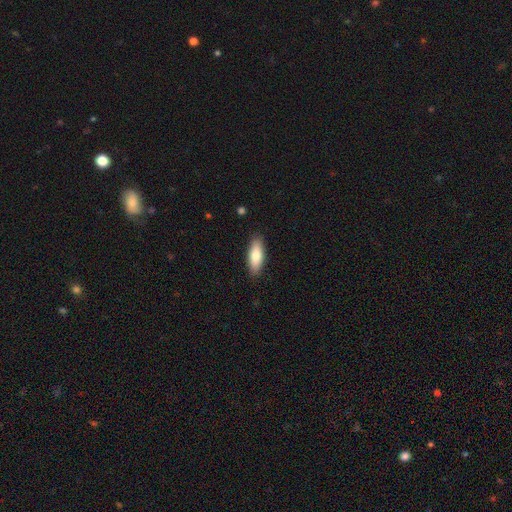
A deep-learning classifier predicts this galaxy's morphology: Overall: smooth (81%). How rounded: in between (65%; cigar-shaped 33%). Merging: none (88%).